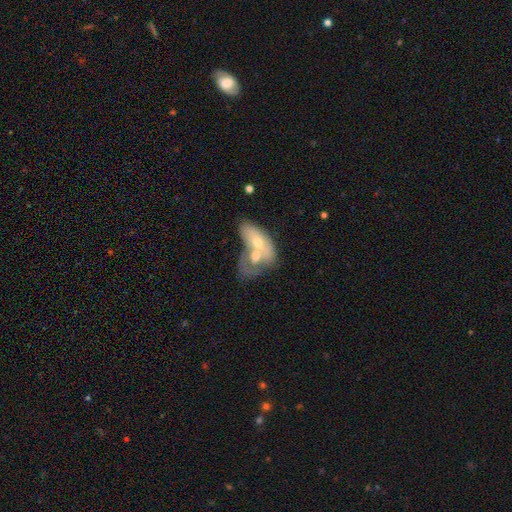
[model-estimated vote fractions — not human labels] This is possibly a smooth galaxy (48%). Merging: likely merger (73%).